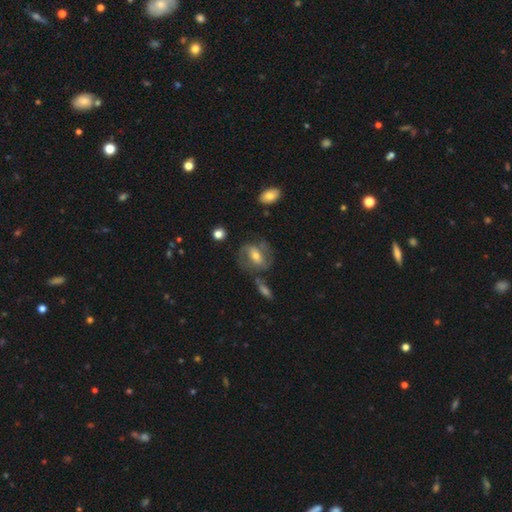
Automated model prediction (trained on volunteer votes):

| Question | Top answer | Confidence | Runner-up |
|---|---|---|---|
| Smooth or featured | featured or disk | 63% | smooth (29%) |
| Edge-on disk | no | 92% | yes (8%) |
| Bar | strong | 37% | tied: weak (37%) |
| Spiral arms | yes | 73% | no (27%) |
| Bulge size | moderate | 57% | small (33%) |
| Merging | none | 61% | minor disturbance (18%) |